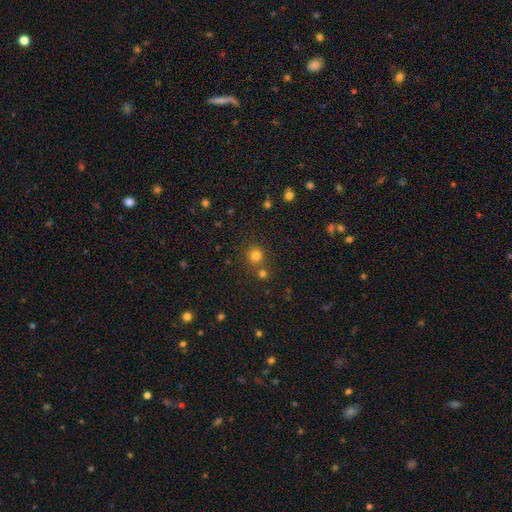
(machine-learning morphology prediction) type=smooth (77%); roundness=round (91%); merging=none (73%).